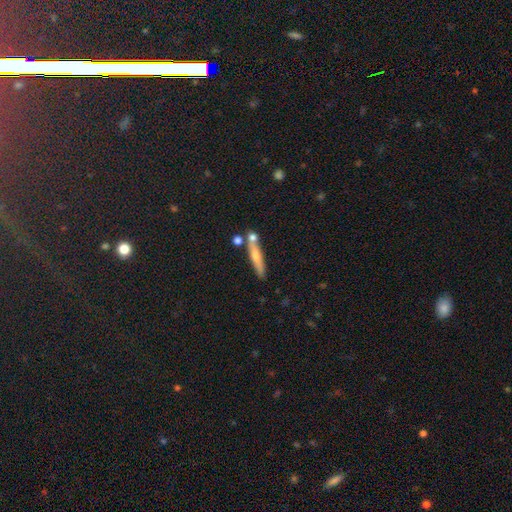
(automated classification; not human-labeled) A smooth galaxy with no disk features (59%) that is cigar-shaped (89%). Merging: none (70%).